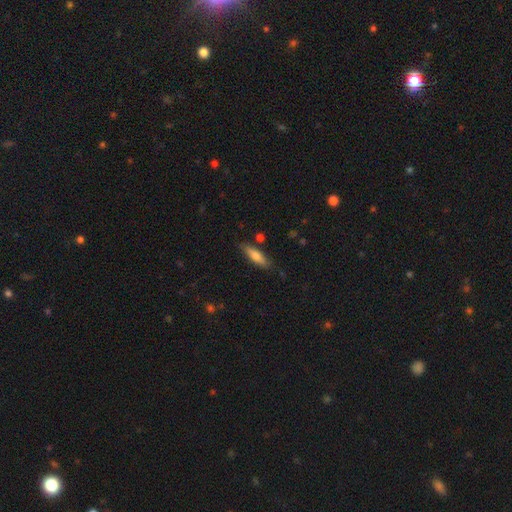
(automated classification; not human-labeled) smooth_or_featured: smooth (p=0.72) [alt: featured or disk p=0.22]
how_rounded: cigar-shaped (p=0.60) [alt: in between p=0.38]
merging: none (p=0.81) [alt: minor disturbance p=0.14]